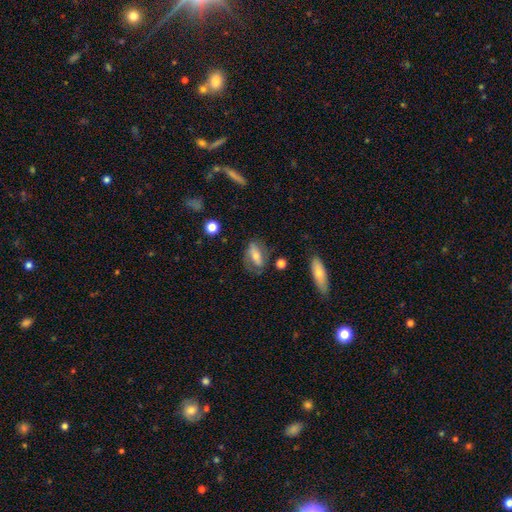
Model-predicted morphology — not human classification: This is possibly a smooth galaxy (48%). Merging: likely none (63%).